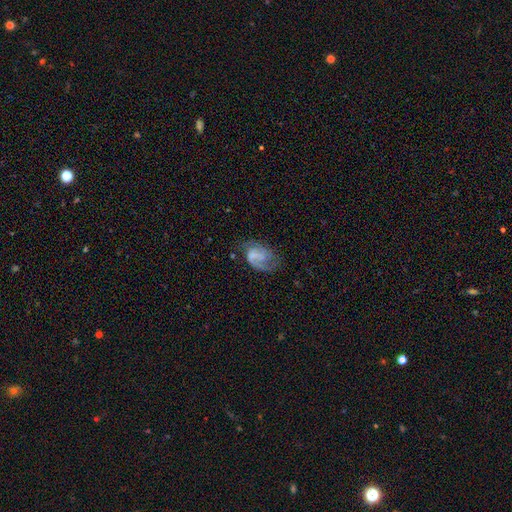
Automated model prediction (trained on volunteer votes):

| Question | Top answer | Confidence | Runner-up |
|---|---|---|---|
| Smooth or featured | featured or disk | 68% | smooth (24%) |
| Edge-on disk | no | 98% | yes (2%) |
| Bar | no | 51% | weak (38%) |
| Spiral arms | yes | 88% | no (12%) |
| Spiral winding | medium | 43% | loose (31%) |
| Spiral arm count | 2 | 52% | 1 (30%) |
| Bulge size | none | 58% | small (20%) |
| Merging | none | 48% | major disturbance (25%) |